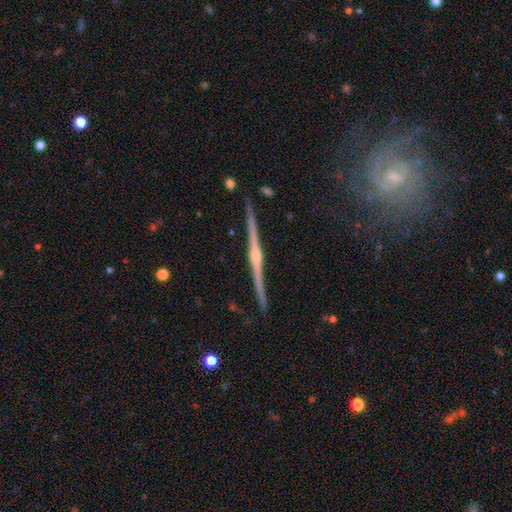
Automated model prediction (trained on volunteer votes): Smooth or featured? Predicted: featured or disk (p=0.89). Edge-on disk? Predicted: yes (p=0.98). Edge-on bulge? Predicted: rounded (p=0.86). Merging? Predicted: none (p=0.89).